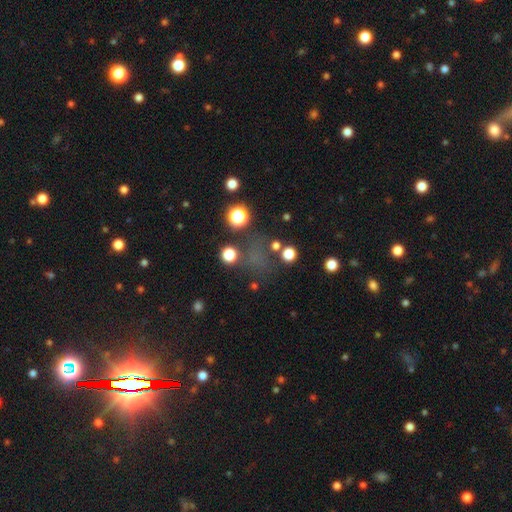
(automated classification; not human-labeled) Morphology: type=star or artifact (47%).